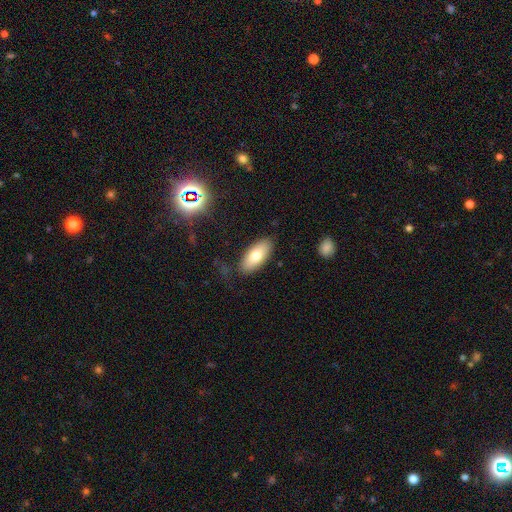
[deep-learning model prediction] Smooth or featured? Predicted: smooth (p=0.75). How rounded? Predicted: in between (p=0.85). Merging? Predicted: none (p=0.84).